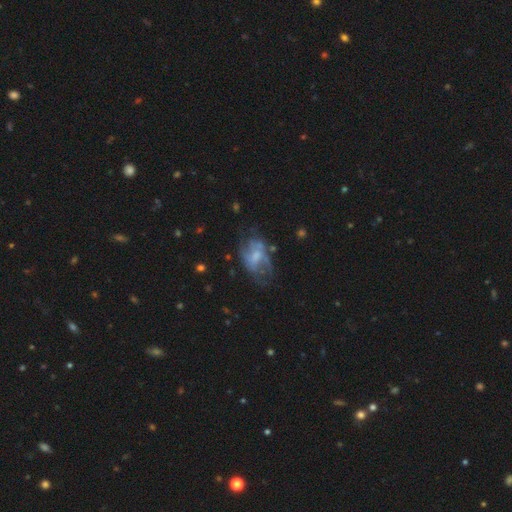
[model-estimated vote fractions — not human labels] A featured or disk galaxy (67%) with no bar (45%), spiral arms (69%) and a moderate central bulge (38%). Merging: none (47%).